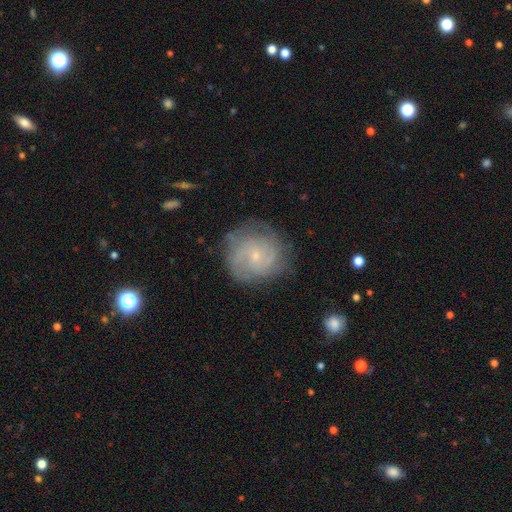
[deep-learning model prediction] Morphology: type=featured or disk (73%); edge-on=no (98%); bar=no (64%); spiral arms=yes (92%); winding=tight (55%); arm count=can't tell (36%); bulge=small (78%); merging=none (76%).